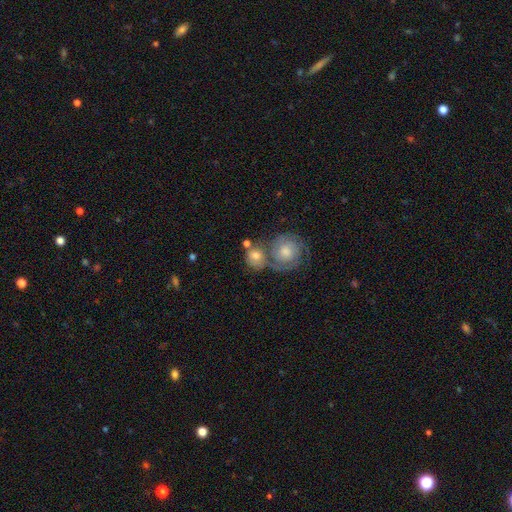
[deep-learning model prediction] smooth_or_featured: smooth (p=0.58) [alt: featured or disk p=0.34]
how_rounded: round (p=0.81) [alt: in between p=0.18]
merging: none (p=0.43) [alt: merger p=0.40]